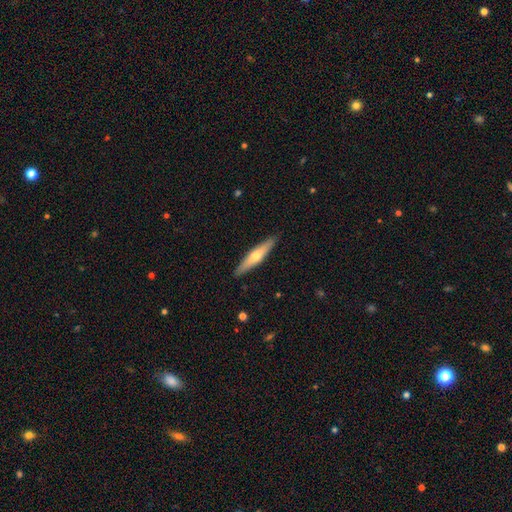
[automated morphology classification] Smooth or featured?
  - featured or disk: 48% *
  - smooth: 46%
  - star or artifact: 5%
Merging?
  - none: 90% *
  - minor disturbance: 7%
  - major disturbance: 1%
  - merger: 1%